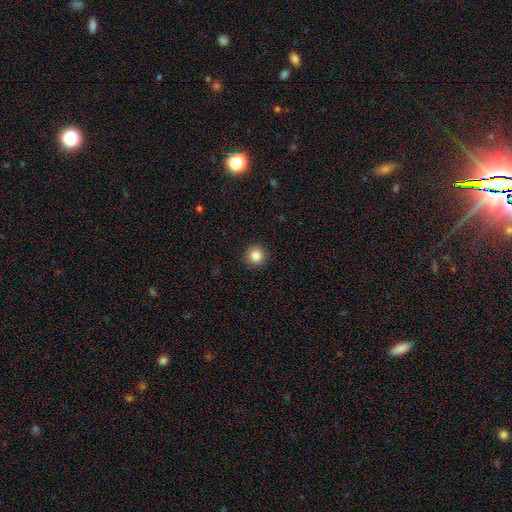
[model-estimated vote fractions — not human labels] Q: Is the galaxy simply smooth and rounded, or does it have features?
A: smooth — 86%.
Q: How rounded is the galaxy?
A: round — 95%.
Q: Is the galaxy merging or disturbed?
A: none — 92%.